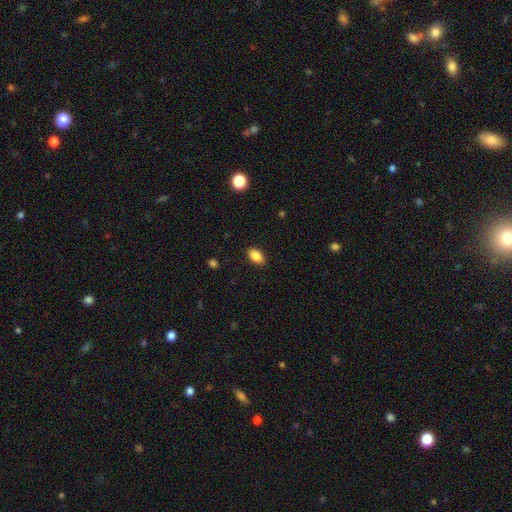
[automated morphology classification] smooth_or_featured: smooth (p=0.87) [alt: star or artifact p=0.08]
how_rounded: in between (p=0.91) [alt: round p=0.07]
merging: none (p=0.88) [alt: minor disturbance p=0.09]